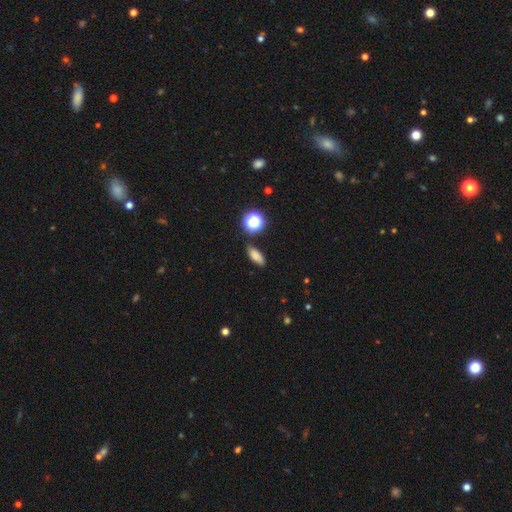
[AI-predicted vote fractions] This appears to be a smooth galaxy with no disk features (79%) that is in between round and cigar-shaped (72%). Merging: none (84%).